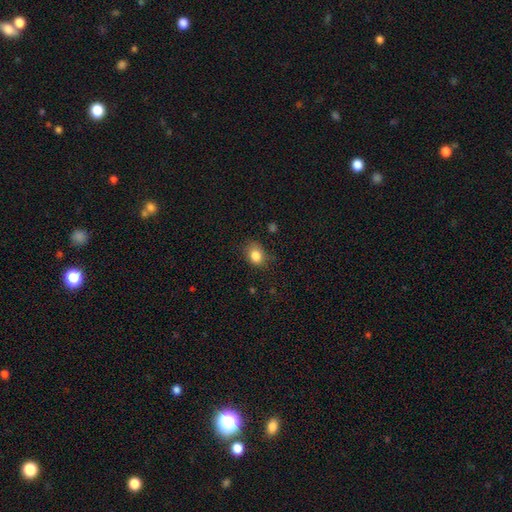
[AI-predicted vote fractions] A smooth galaxy with no disk features (83%) that is in between round and cigar-shaped (50%).

Vote fractions:
- Smooth or featured? smooth: 83% / star or artifact: 10% / featured or disk: 6%
- How rounded? in between: 50% / round: 49% / cigar-shaped: 1%
- Merging? none: 72% / minor disturbance: 21% / major disturbance: 5% / merger: 2%